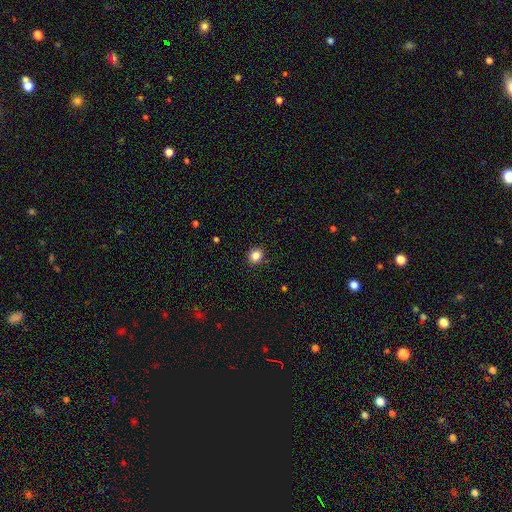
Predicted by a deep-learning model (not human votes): The model was most divided on "how rounded": round: 83%, in between: 16%, cigar-shaped: 1%. More confident: merging — none (90%); smooth or featured — smooth (85%).